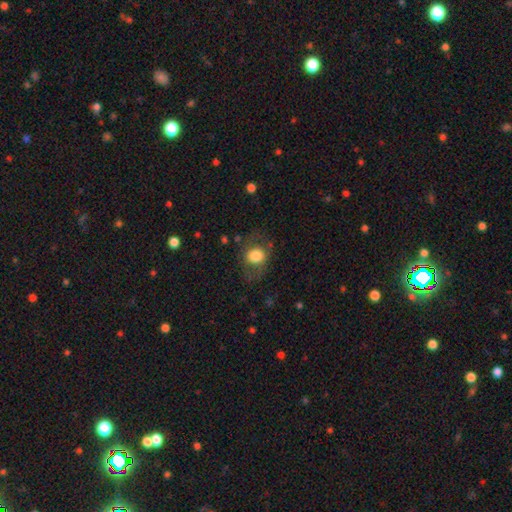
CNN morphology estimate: A smooth galaxy with no disk features (74%) that is round (63%).

Vote fractions:
- Smooth or featured? smooth: 74% / featured or disk: 17% / star or artifact: 8%
- How rounded? round: 63% / in between: 36% / cigar-shaped: 1%
- Merging? none: 69% / minor disturbance: 17% / major disturbance: 12% / merger: 2%